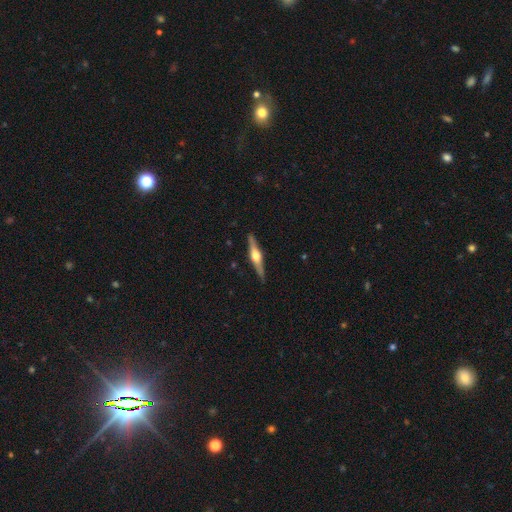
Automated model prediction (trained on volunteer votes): smooth-or-featured: featured or disk: 74% | smooth: 21% | star or artifact: 5%
  disk-edge-on: yes: 97% | no: 3%
    edge-on-bulge: rounded: 93% | boxy: 5% | none: 2%
  merging: none: 89% | minor disturbance: 8% | major disturbance: 2% | merger: 1%